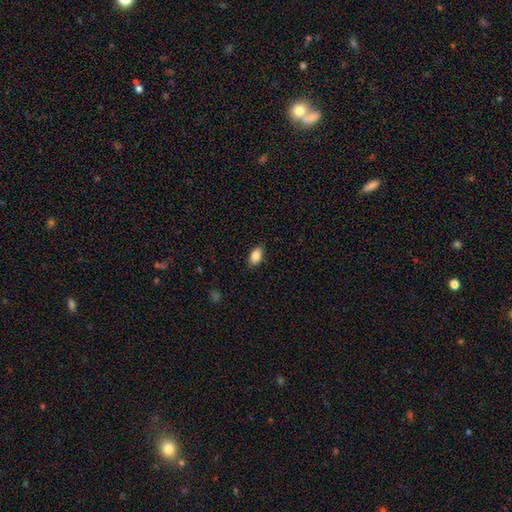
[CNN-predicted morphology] smooth_or_featured: smooth (p=0.85) [alt: star or artifact p=0.08]
how_rounded: in between (p=0.90) [alt: round p=0.07]
merging: none (p=0.86) [alt: minor disturbance p=0.11]